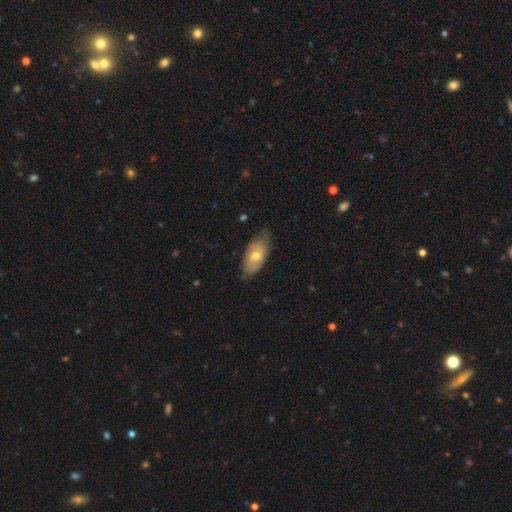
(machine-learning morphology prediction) Q: Smooth or featured?
A: smooth (63%); runner-up: featured or disk (30%)
Q: How rounded?
A: in between (89%); runner-up: cigar-shaped (8%)
Q: Merging?
A: none (71%); runner-up: minor disturbance (24%)